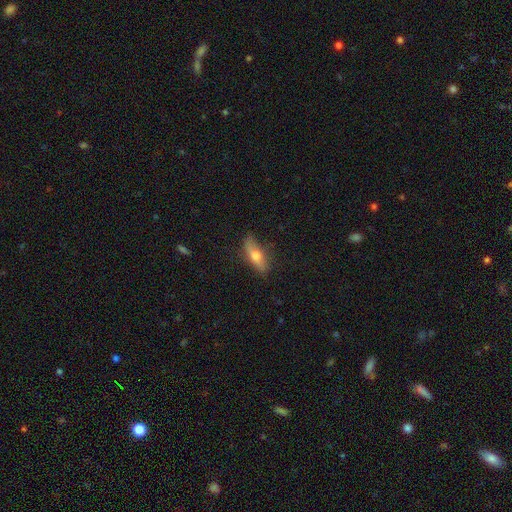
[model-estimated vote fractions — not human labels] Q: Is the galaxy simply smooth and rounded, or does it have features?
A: smooth — 57%.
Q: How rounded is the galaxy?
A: in between — 53%.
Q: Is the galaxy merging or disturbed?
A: none — 76%.